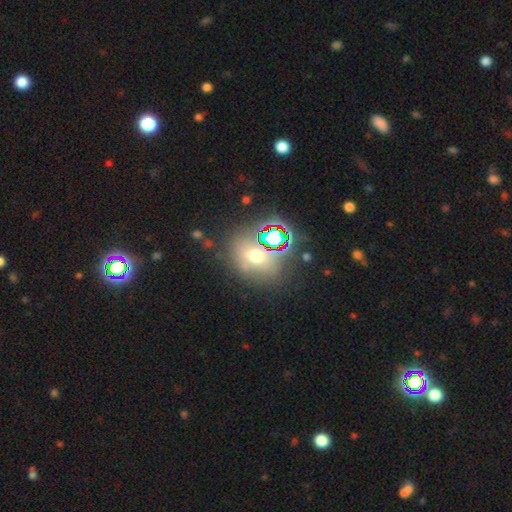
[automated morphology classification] The model was most divided on "how rounded": in between: 53%, round: 46%, cigar-shaped: 2%. More confident: merging — none (64%); smooth or featured — smooth (53%).